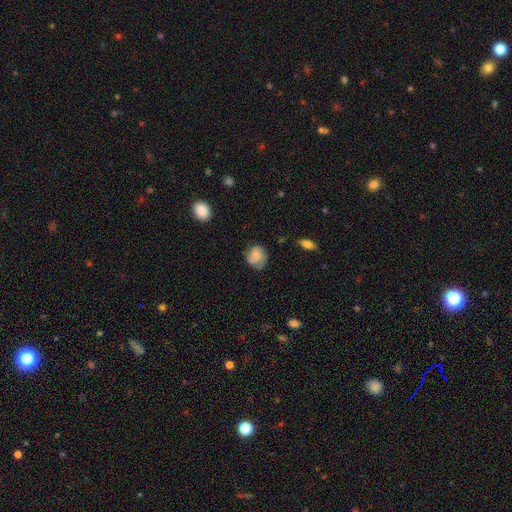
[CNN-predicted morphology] Q: Smooth or featured?
A: smooth (58%); runner-up: featured or disk (33%)
Q: How rounded?
A: round (60%); runner-up: in between (38%)
Q: Merging?
A: none (57%); runner-up: minor disturbance (28%)